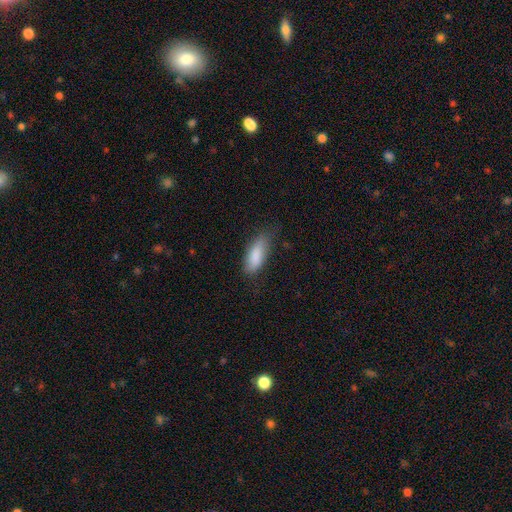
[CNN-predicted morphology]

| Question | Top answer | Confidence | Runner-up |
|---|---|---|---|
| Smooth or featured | smooth | 85% | featured or disk (8%) |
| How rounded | in between | 72% | cigar-shaped (26%) |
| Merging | none | 64% | minor disturbance (28%) |